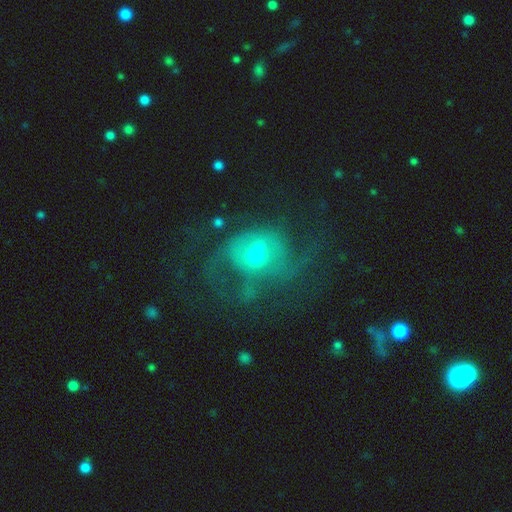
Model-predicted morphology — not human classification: A featured or disk galaxy (57%) with no bar (77%), no spiral arms (63%) and a moderate central bulge (50%). Merging: merger (33%).